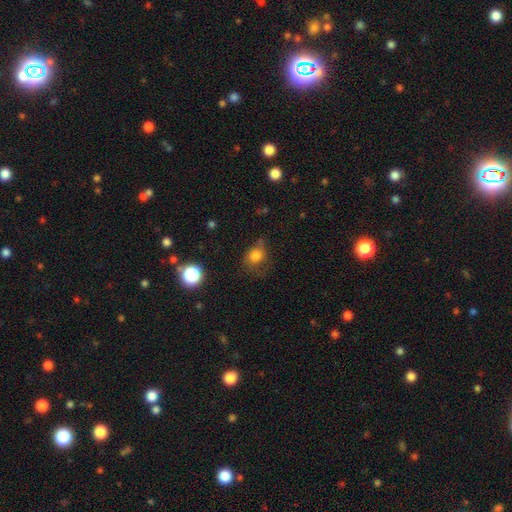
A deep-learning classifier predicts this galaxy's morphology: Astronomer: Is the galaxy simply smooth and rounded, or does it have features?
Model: smooth — 78%.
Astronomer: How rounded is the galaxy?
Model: round — 60% (runner-up: in between, 39%).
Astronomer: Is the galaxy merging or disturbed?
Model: none — 54%.